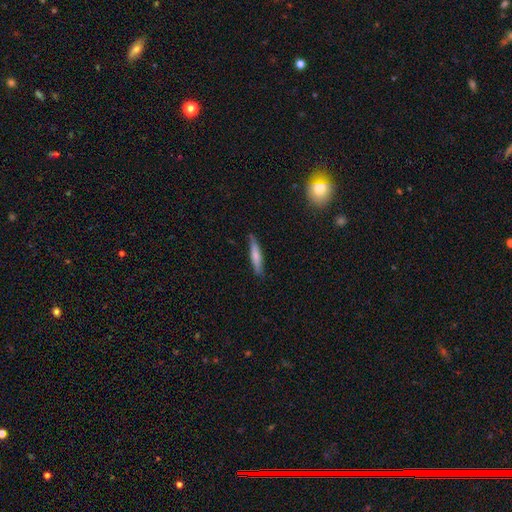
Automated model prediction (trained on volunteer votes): Smooth or featured?
  - smooth: 64% *
  - featured or disk: 31%
  - star or artifact: 6%
How rounded?
  - cigar-shaped: 89% *
  - in between: 9%
  - round: 1%
Merging?
  - none: 83% *
  - minor disturbance: 13%
  - major disturbance: 2%
  - merger: 1%